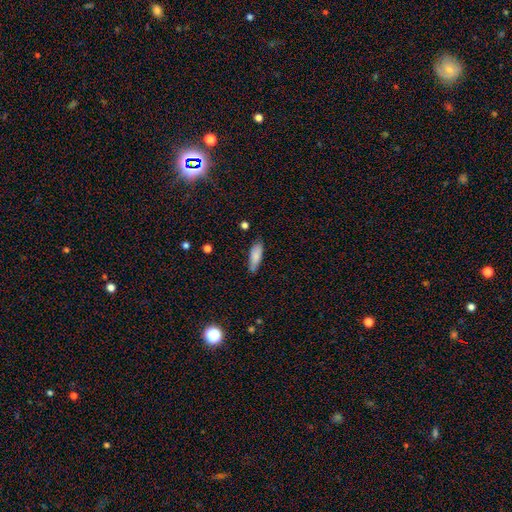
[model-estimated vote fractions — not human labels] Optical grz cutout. It shows a smooth galaxy with no disk features (83%) that is in between round and cigar-shaped (66%). Merging: none (71%).